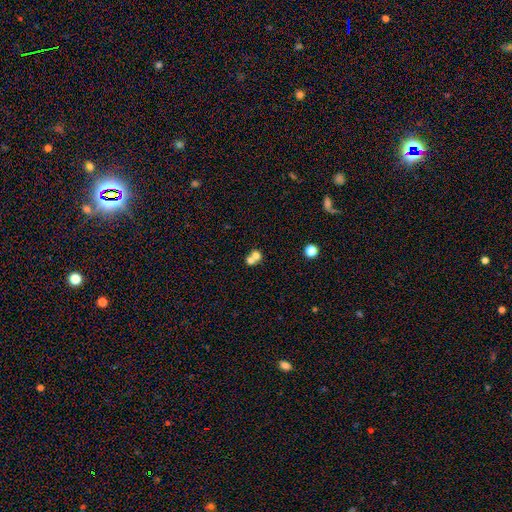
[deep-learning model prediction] Overall: smooth (69%). How rounded: round (75%). Merging: merger (64%; none 29%).